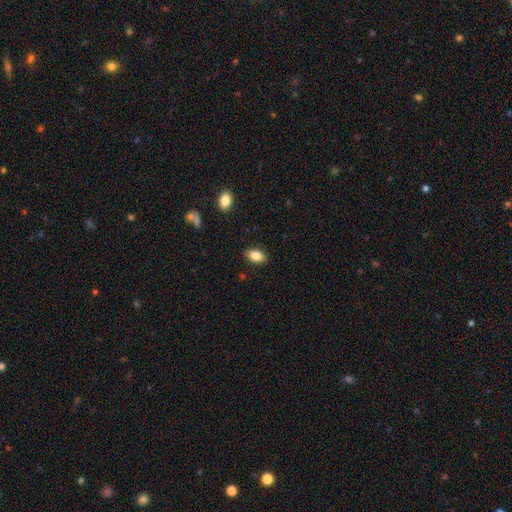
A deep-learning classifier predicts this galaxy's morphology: Smooth or featured? smooth (86%)
How rounded? in between (90%)
Merging? none (87%)